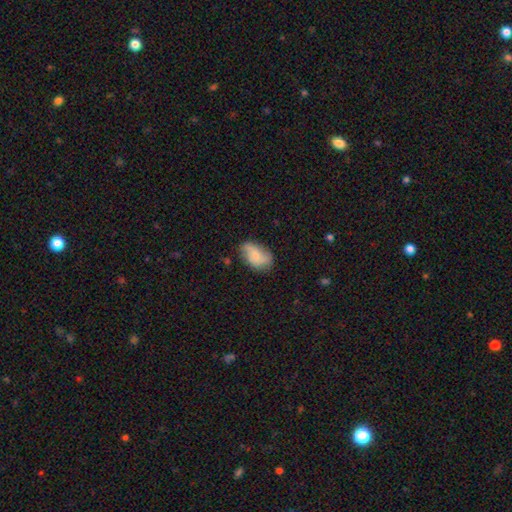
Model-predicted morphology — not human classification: Smooth or featured? smooth (65%)
How rounded? in between (90%)
Merging? none (64%)